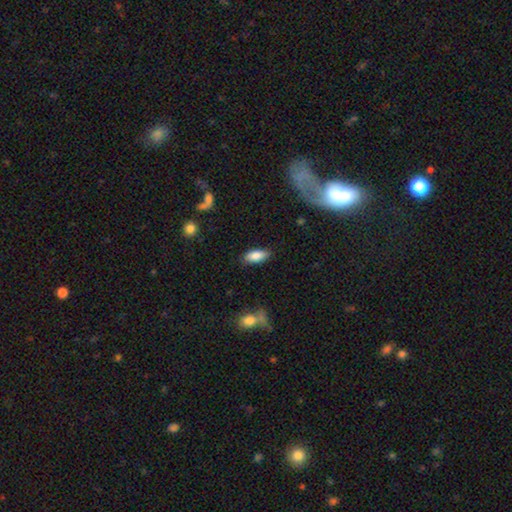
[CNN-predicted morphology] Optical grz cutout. It shows a smooth galaxy with no disk features (85%) that is in between round and cigar-shaped (85%). Merging: none (84%).